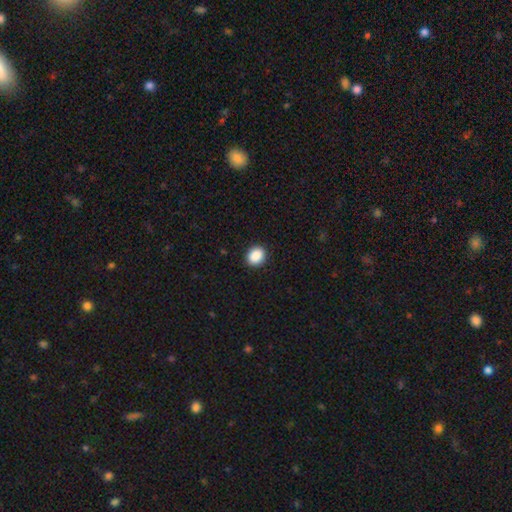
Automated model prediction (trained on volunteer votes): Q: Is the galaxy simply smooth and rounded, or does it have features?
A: smooth — 89%.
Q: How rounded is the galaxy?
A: round — 62%.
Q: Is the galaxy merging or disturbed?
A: none — 91%.